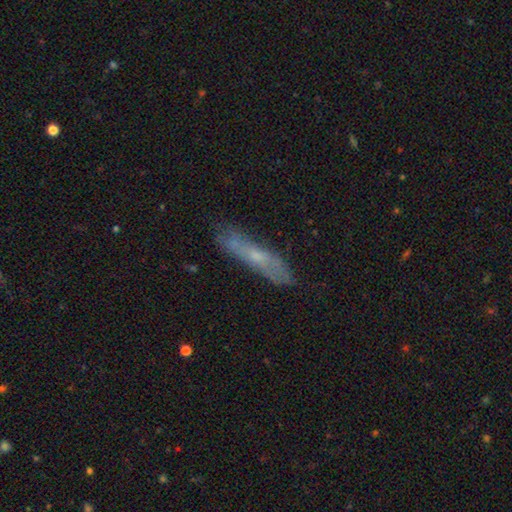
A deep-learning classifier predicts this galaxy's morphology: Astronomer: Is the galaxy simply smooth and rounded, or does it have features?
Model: featured or disk — 49% (runner-up: smooth, 43%).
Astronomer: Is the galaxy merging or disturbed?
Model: none — 75%.